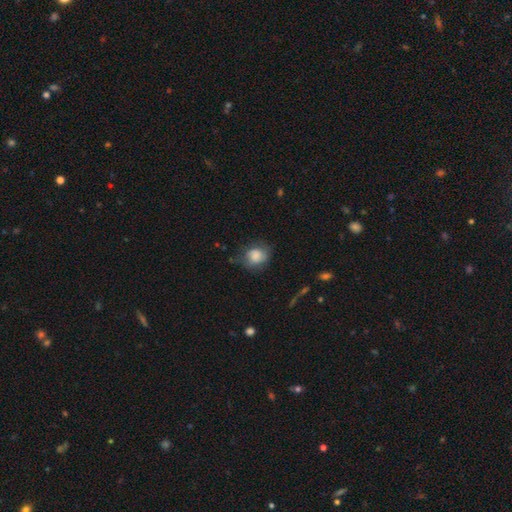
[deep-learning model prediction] Morphology: type=smooth (76%); roundness=round (66%); merging=none (56%).